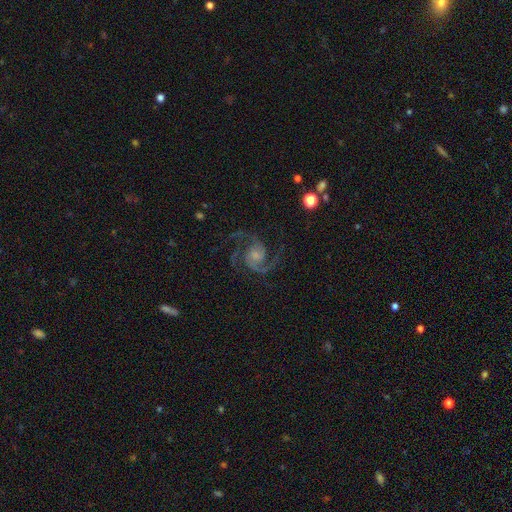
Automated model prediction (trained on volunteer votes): featured or disk 92%, star or artifact 5%, smooth 4%. Down the decision tree: edge-on disk — no (98%); bar — no (66%); spiral arms — yes (98%); spiral arm count — 2 (66%); spiral winding — medium (60%); bulge size — small (43%); merging — none (73%).